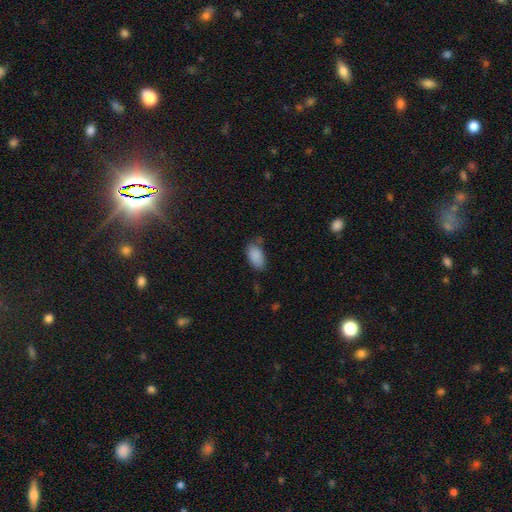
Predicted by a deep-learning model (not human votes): This is clearly a smooth galaxy (88%). How rounded: clearly in between (93%). Merging: likely none (64%).